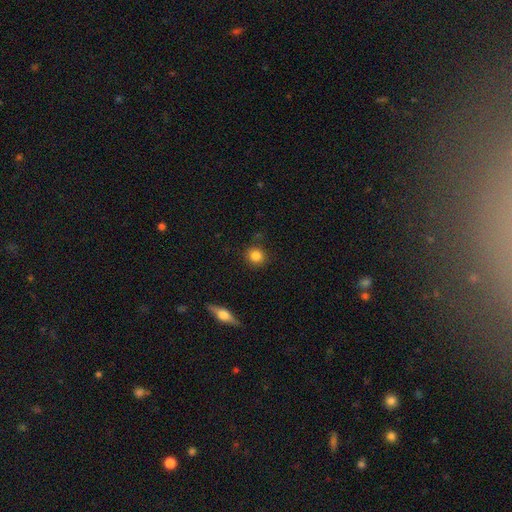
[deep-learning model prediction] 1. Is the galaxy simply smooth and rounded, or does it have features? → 84% smooth, 10% star or artifact, 6% featured or disk.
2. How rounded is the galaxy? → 89% round, 9% in between, 1% cigar-shaped.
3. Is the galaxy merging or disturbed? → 86% none, 9% minor disturbance, 3% major disturbance, 2% merger.